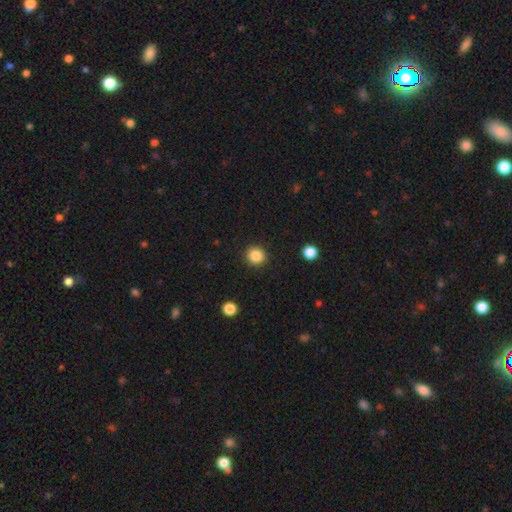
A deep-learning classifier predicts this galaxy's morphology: This is clearly a smooth galaxy (86%). How rounded: clearly round (92%). Merging: clearly none (91%).